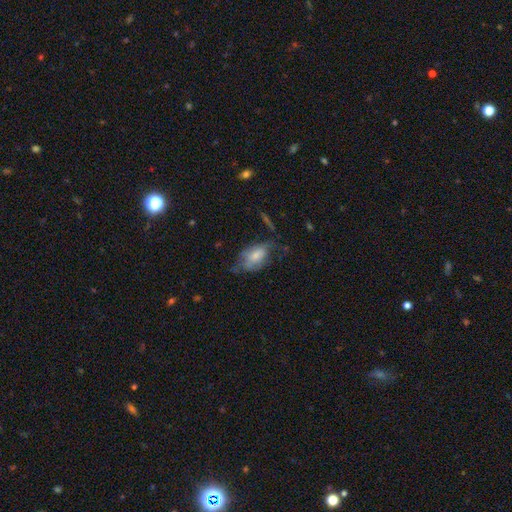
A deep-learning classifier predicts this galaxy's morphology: This appears to be a smooth galaxy with no disk features (61%) that is in between round and cigar-shaped (90%). Merging: none (34%).